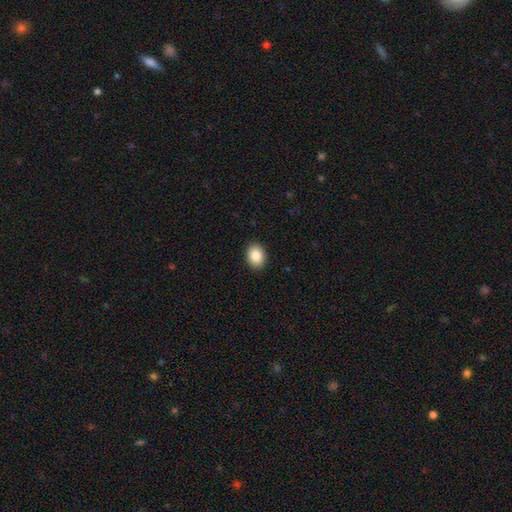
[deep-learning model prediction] Smooth or featured? smooth (87%)
How rounded? in between (63%)
Merging? none (91%)